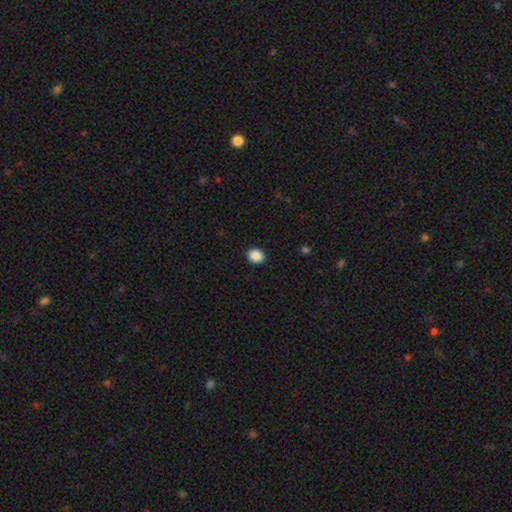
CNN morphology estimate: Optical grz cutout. It shows a smooth galaxy with no disk features (89%) that is in between round and cigar-shaped (56%). Merging: none (91%).